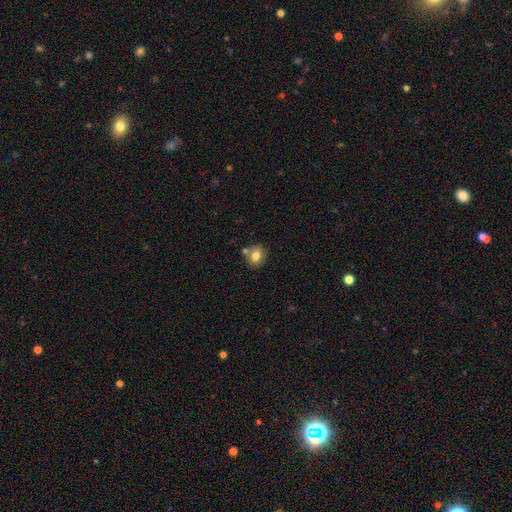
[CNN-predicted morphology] This appears to be a smooth galaxy with no disk features (78%) that is round (63%). Merging: none (67%).